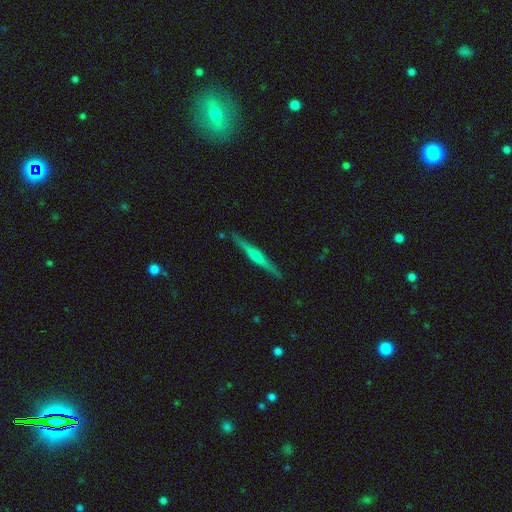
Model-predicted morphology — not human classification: Overall: featured or disk (74%). Edge-on disk: yes (98%). Edge-on bulge: rounded (73%). Merging: none (91%).